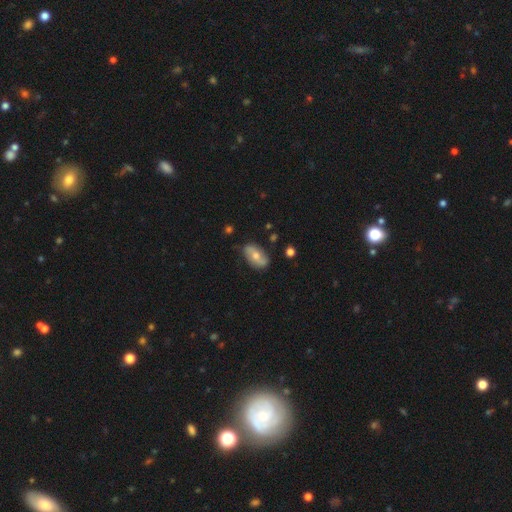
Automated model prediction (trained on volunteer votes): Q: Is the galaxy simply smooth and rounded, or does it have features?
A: smooth — 47%.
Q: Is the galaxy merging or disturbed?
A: none — 78%.